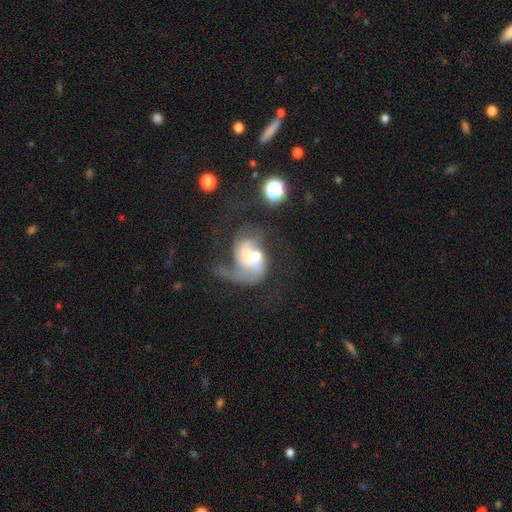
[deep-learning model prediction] Q: Smooth or featured?
A: featured or disk (72%); runner-up: smooth (20%)
Q: Edge-on disk?
A: no (97%); runner-up: yes (3%)
Q: Bar?
A: no (65%); runner-up: weak (28%)
Q: Spiral arms?
A: yes (83%); runner-up: no (17%)
Q: Spiral winding?
A: loose (55%); runner-up: medium (33%)
Q: Spiral arm count?
A: 2 (44%); runner-up: 1 (39%)
Q: Bulge size?
A: moderate (46%); runner-up: small (30%)
Q: Merging?
A: merger (35%); runner-up: major disturbance (34%)